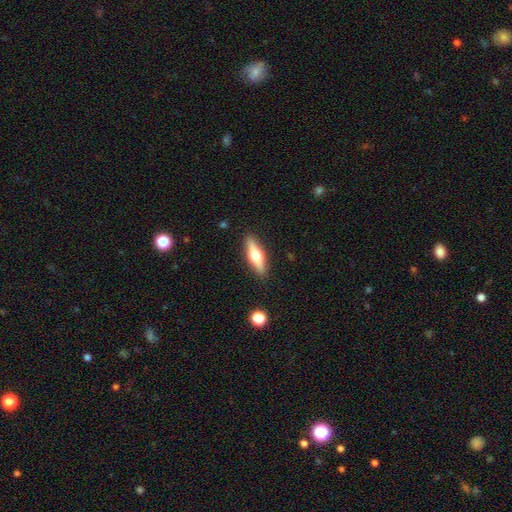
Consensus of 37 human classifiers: Q: Smooth or featured?
A: featured or disk (54%); runner-up: smooth (43%)
Q: Edge-on disk?
A: yes (95%); runner-up: no (5%)
Q: Edge-on bulge?
A: rounded (89%); runner-up: boxy (5%)
Q: Merging?
A: none (89%); runner-up: minor disturbance (8%)